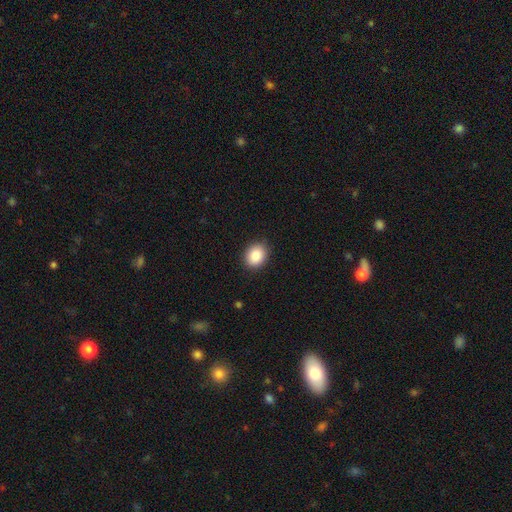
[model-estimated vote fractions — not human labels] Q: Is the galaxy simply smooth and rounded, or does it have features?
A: smooth — 88%.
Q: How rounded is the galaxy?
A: round — 50%.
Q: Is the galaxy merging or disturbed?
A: none — 89%.